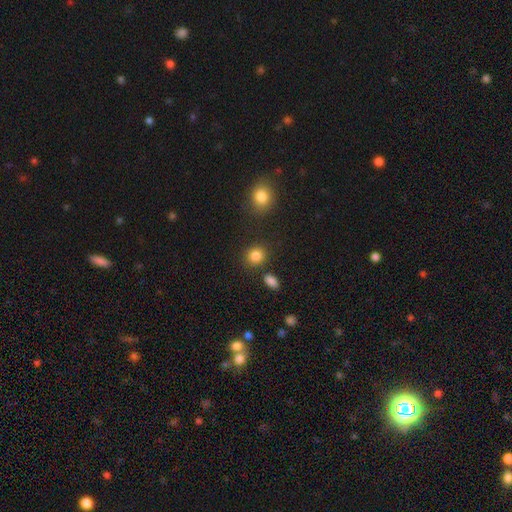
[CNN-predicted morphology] smooth_or_featured: smooth (p=0.85) [alt: star or artifact p=0.10]
how_rounded: round (p=0.80) [alt: in between p=0.19]
merging: none (p=0.82) [alt: minor disturbance p=0.08]